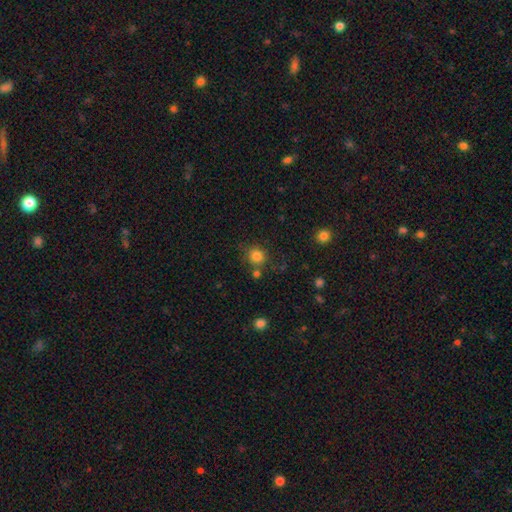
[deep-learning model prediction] Morphology: type=smooth (82%); roundness=round (89%); merging=none (74%).